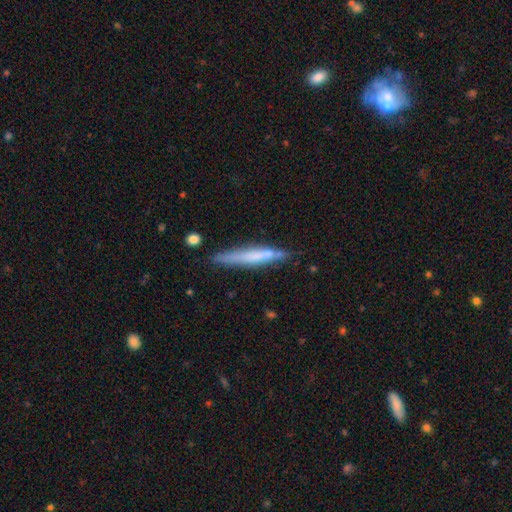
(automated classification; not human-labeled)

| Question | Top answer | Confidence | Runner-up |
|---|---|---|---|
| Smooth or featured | smooth | 53% | featured or disk (40%) |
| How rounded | cigar-shaped | 94% | in between (5%) |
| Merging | none | 75% | minor disturbance (18%) |